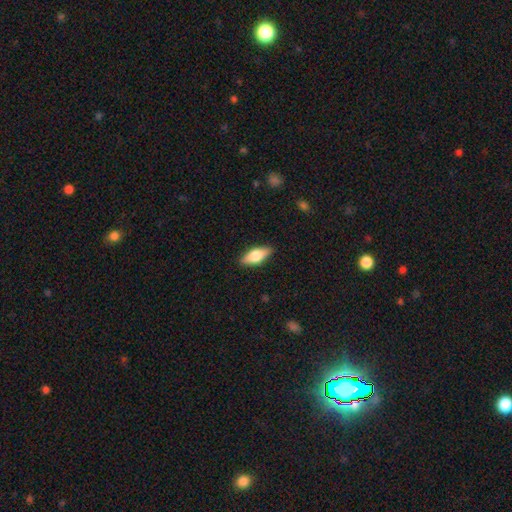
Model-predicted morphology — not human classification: A smooth galaxy with no disk features (61%) that is in between round and cigar-shaped (73%).

Vote fractions:
- Smooth or featured? smooth: 61% / featured or disk: 32% / star or artifact: 7%
- How rounded? in between: 73% / cigar-shaped: 23% / round: 3%
- Merging? none: 87% / minor disturbance: 10% / major disturbance: 2% / merger: 1%